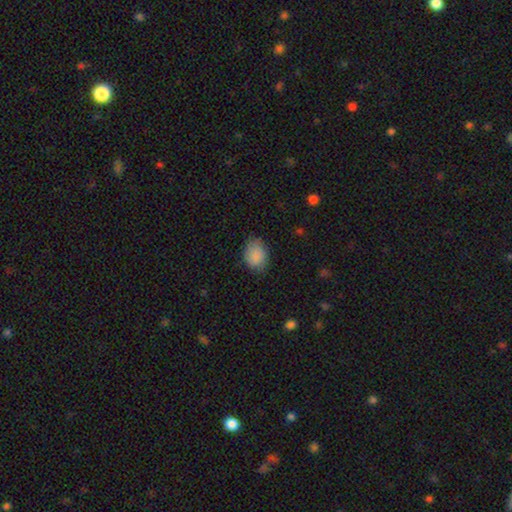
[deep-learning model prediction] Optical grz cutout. It shows a smooth galaxy with no disk features (87%) that is in between round and cigar-shaped (70%). Merging: none (74%).